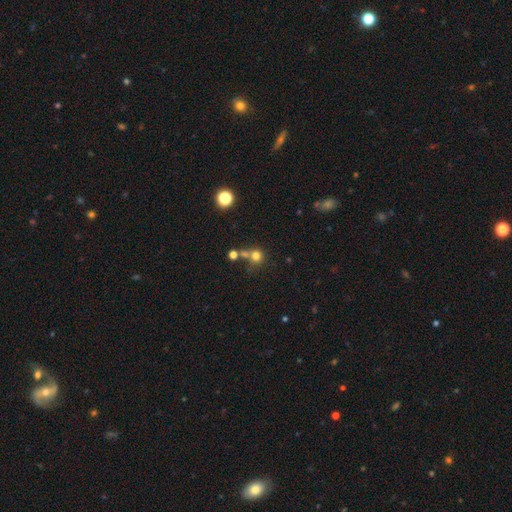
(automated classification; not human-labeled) Smooth or featured? Predicted: smooth (p=0.73). How rounded? Predicted: round (p=0.89). Merging? Predicted: none (p=0.53).